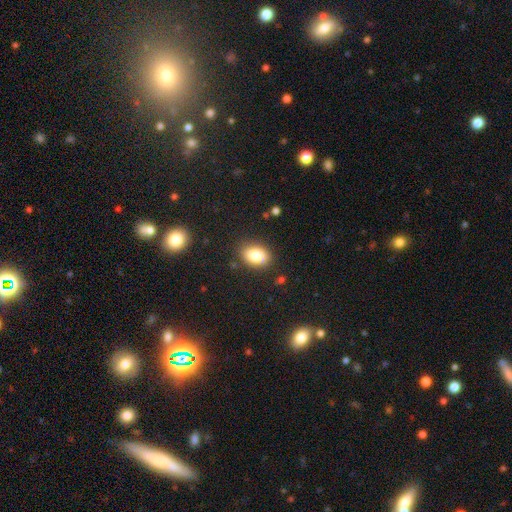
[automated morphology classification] Smooth or featured?
  - smooth: 82% *
  - featured or disk: 9%
  - star or artifact: 9%
How rounded?
  - in between: 79% *
  - round: 20%
  - cigar-shaped: 1%
Merging?
  - none: 82% *
  - minor disturbance: 12%
  - major disturbance: 3%
  - merger: 2%